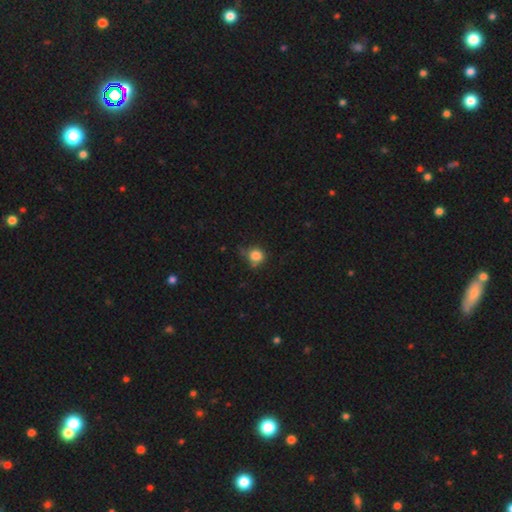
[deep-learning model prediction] smooth 83%, star or artifact 11%, featured or disk 6%. Down the decision tree: how rounded — round (85%); merging — none (58%).